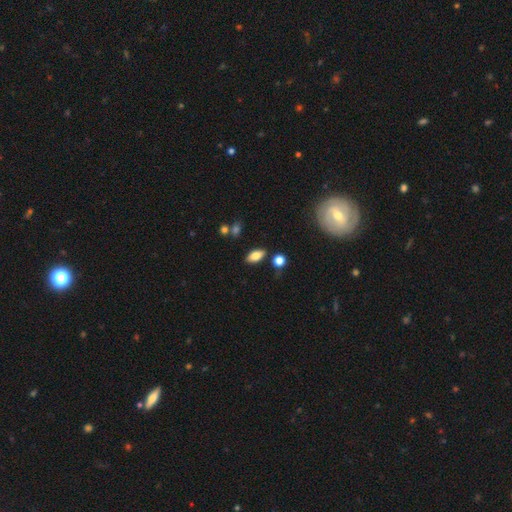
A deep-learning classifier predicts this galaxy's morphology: Q: Smooth or featured?
A: smooth (75%); runner-up: featured or disk (17%)
Q: How rounded?
A: in between (86%); runner-up: cigar-shaped (10%)
Q: Merging?
A: none (82%); runner-up: minor disturbance (11%)